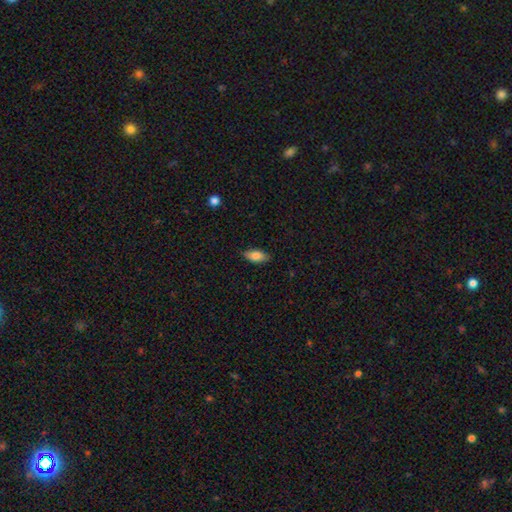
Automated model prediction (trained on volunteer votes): smooth_or_featured: smooth (p=0.80) [alt: featured or disk p=0.13]
how_rounded: in between (p=0.85) [alt: cigar-shaped p=0.12]
merging: none (p=0.86) [alt: minor disturbance p=0.11]